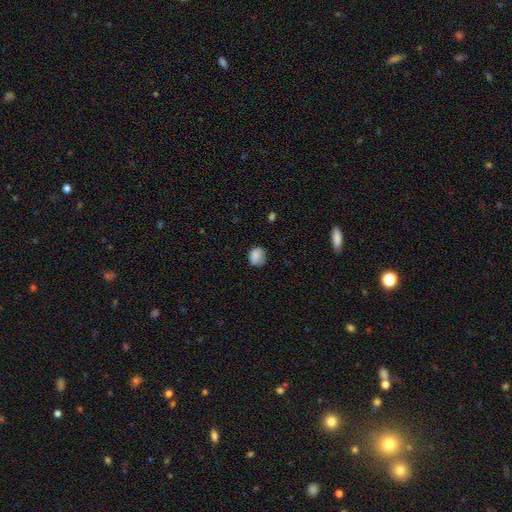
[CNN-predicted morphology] smooth_or_featured: smooth (p=0.86) [alt: star or artifact p=0.09]
how_rounded: round (p=0.64) [alt: in between p=0.35]
merging: none (p=0.68) [alt: minor disturbance p=0.24]